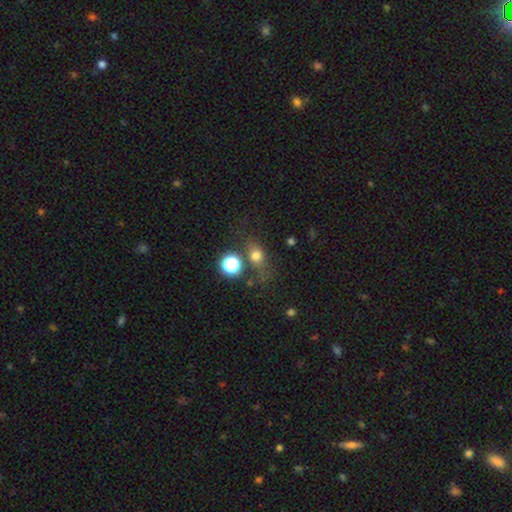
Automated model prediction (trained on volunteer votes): A smooth galaxy with no disk features (71%) that is round (52%). Merging: none (61%).